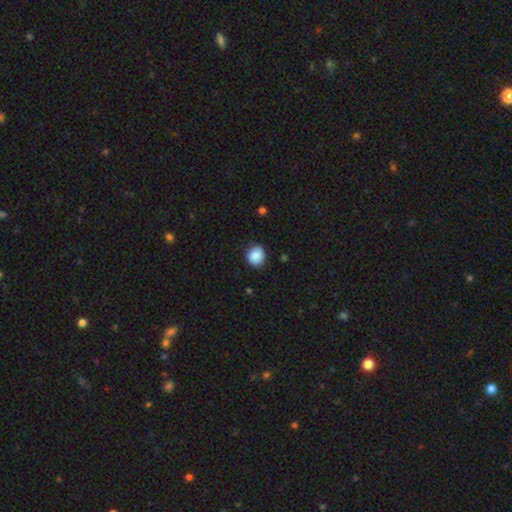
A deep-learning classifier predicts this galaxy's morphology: Q: Smooth or featured?
A: smooth (88%); runner-up: star or artifact (8%)
Q: How rounded?
A: round (78%); runner-up: in between (21%)
Q: Merging?
A: none (84%); runner-up: minor disturbance (12%)